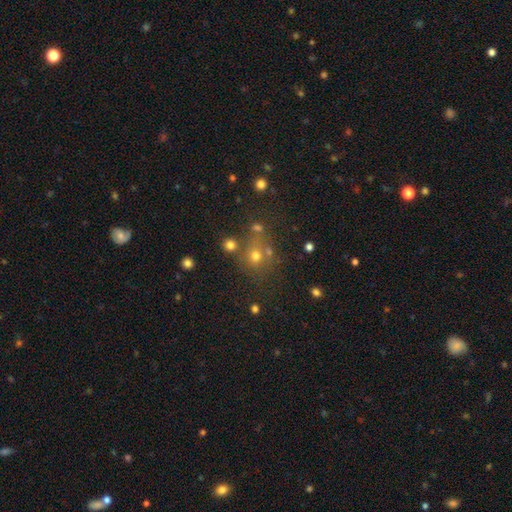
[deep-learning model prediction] Smooth or featured: smooth — 62% (star or artifact — 27%)
How rounded: round — 85% (in between — 14%)
Merging: none — 65% (merger — 19%)